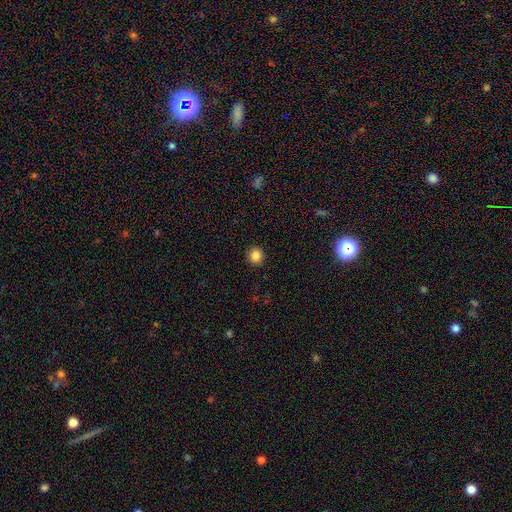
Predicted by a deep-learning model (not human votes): Smooth or featured? smooth (84%)
How rounded? round (87%)
Merging? none (92%)